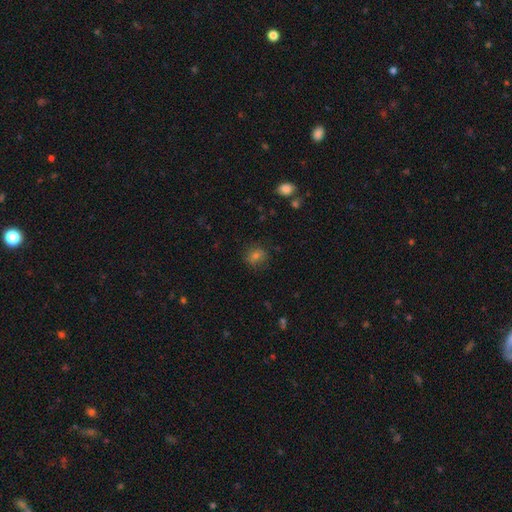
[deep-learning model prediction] smooth-or-featured: smooth: 69% | star or artifact: 19% | featured or disk: 12%
  how-rounded: round: 74% | in between: 25% | cigar-shaped: 1%
  merging: none: 81% | minor disturbance: 13% | major disturbance: 4% | merger: 2%